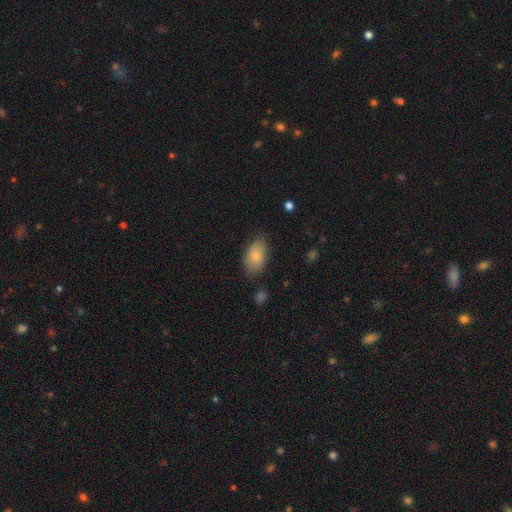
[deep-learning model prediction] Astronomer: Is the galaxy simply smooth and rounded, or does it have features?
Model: smooth — 82%.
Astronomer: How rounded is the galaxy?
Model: in between — 91%.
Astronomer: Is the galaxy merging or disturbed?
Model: none — 75%.